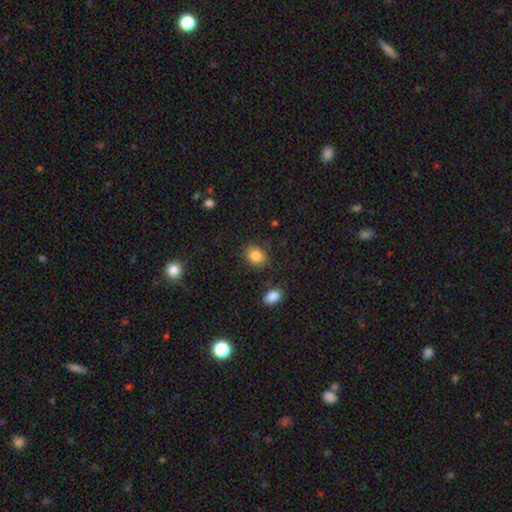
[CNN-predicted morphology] smooth-or-featured: smooth: 85% | star or artifact: 9% | featured or disk: 6%
  how-rounded: in between: 55% | round: 44% | cigar-shaped: 1%
  merging: none: 82% | minor disturbance: 12% | major disturbance: 3% | merger: 3%